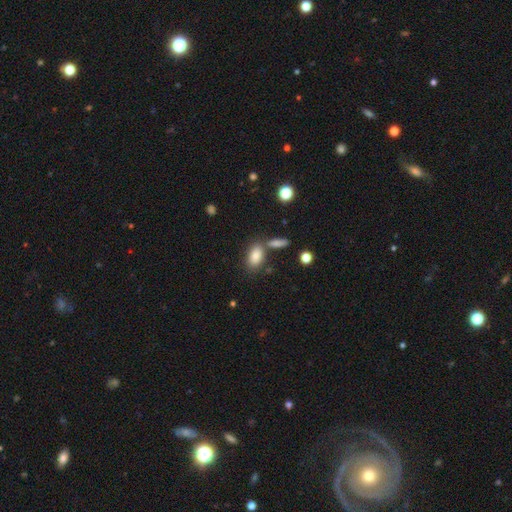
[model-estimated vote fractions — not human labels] Smooth or featured? smooth (84%)
How rounded? in between (88%)
Merging? none (63%)